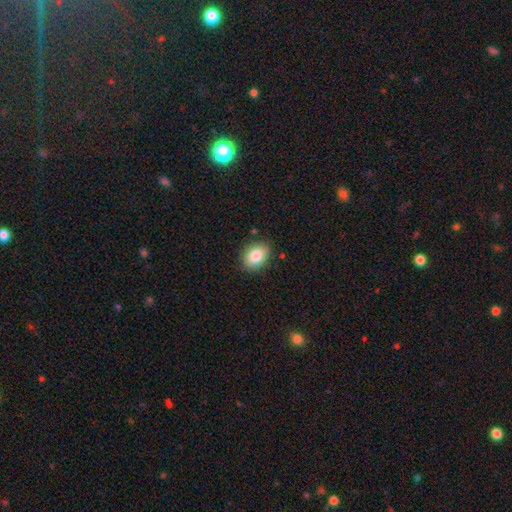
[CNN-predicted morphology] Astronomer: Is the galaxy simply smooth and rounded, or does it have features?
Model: smooth — 84%.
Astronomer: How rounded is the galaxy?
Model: in between — 70%.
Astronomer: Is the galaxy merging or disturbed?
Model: none — 83%.